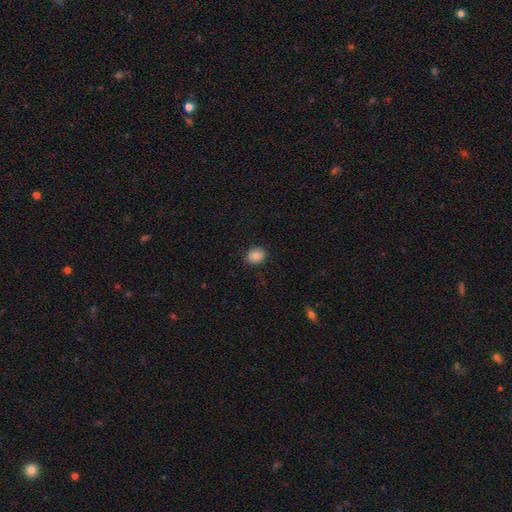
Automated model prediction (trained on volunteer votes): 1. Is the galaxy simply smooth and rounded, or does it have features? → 82% smooth, 10% star or artifact, 9% featured or disk.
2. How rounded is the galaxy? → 59% round, 40% in between, 1% cigar-shaped.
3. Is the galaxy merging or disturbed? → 87% none, 10% minor disturbance, 2% major disturbance, 1% merger.